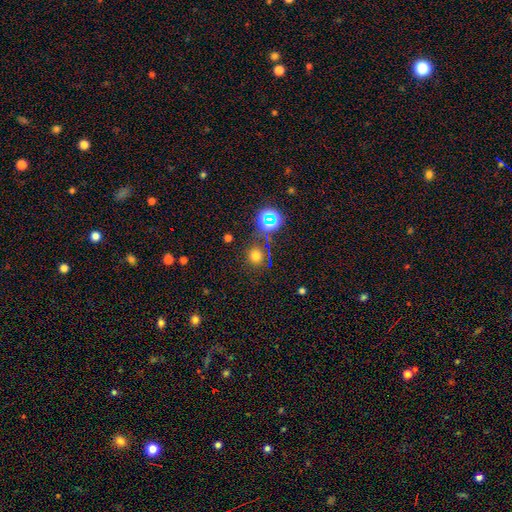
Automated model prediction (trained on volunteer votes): Q: Smooth or featured?
A: smooth (67%); runner-up: star or artifact (26%)
Q: How rounded?
A: round (93%); runner-up: in between (6%)
Q: Merging?
A: none (82%); runner-up: minor disturbance (9%)